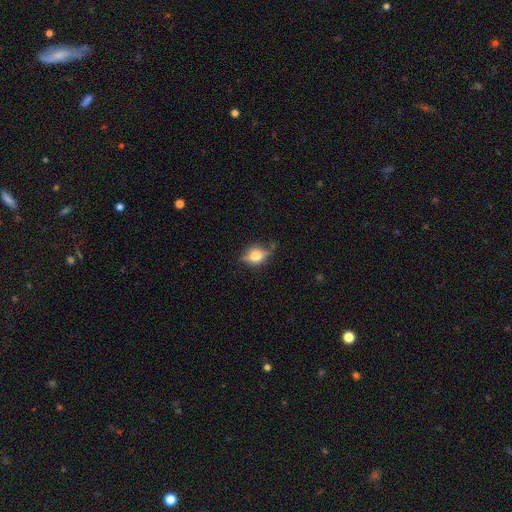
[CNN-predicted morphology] Overall: smooth (53%; featured or disk 37%). How rounded: in between (55%; round 40%). Merging: none (68%).